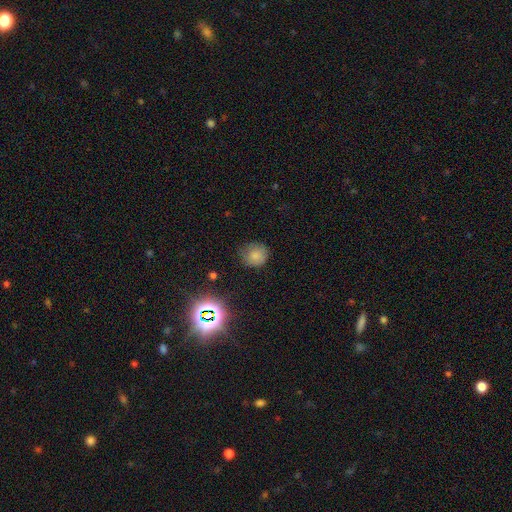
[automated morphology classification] Smooth or featured?
  - smooth: 77% *
  - star or artifact: 16%
  - featured or disk: 7%
How rounded?
  - round: 88% *
  - in between: 11%
  - cigar-shaped: 1%
Merging?
  - none: 75% *
  - minor disturbance: 19%
  - major disturbance: 5%
  - merger: 2%